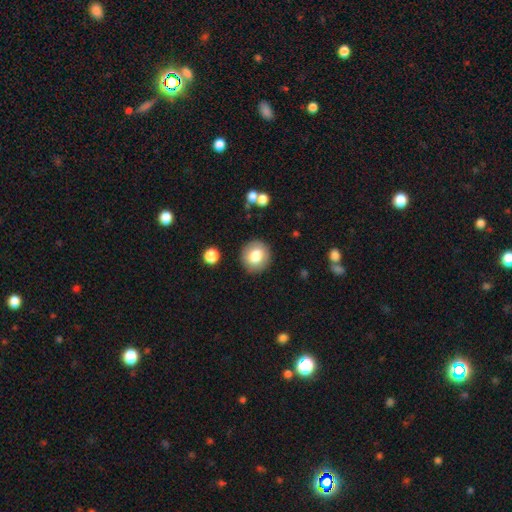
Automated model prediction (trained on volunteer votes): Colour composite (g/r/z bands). It shows a smooth galaxy with no disk features (80%) that is round (88%). Merging: none (89%).